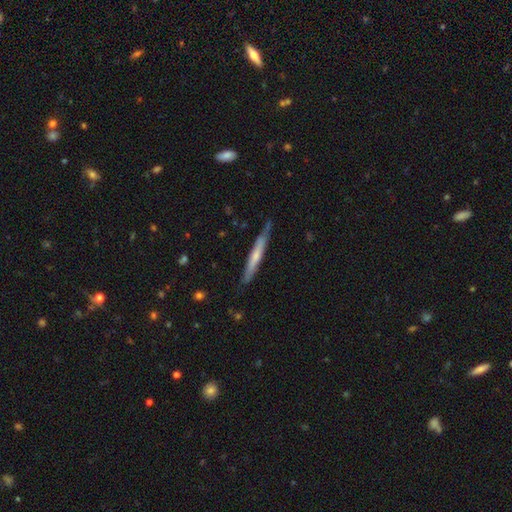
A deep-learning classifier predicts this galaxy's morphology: Smooth or featured: smooth — 50% (featured or disk — 44%)
How rounded: cigar-shaped — 95% (in between — 3%)
Merging: none — 79% (minor disturbance — 16%)